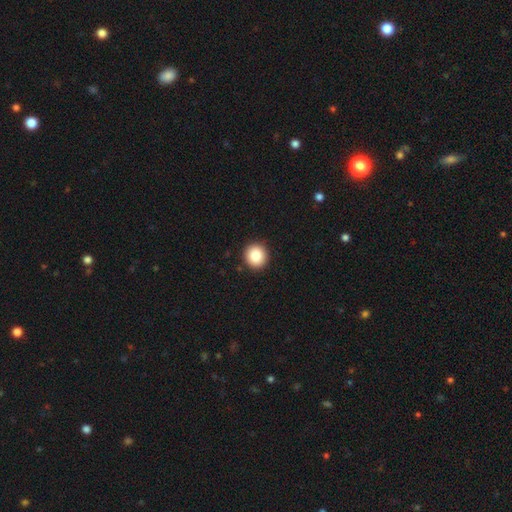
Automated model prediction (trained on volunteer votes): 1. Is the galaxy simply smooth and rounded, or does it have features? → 86% smooth, 9% star or artifact, 6% featured or disk.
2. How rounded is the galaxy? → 92% round, 7% in between, 1% cigar-shaped.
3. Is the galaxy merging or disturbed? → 93% none, 5% minor disturbance, 1% major disturbance, 1% merger.